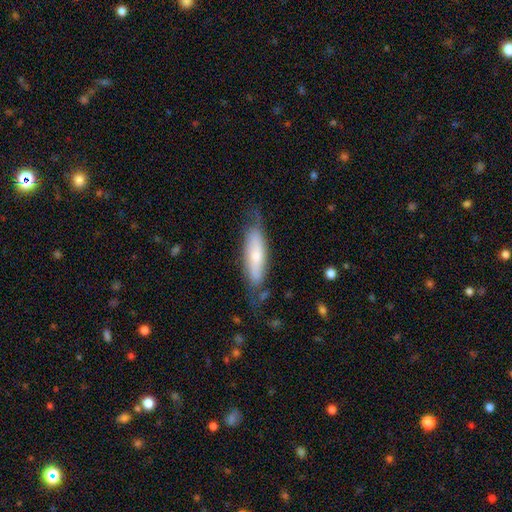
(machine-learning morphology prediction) type=smooth (52%); roundness=cigar-shaped (63%); merging=none (61%).